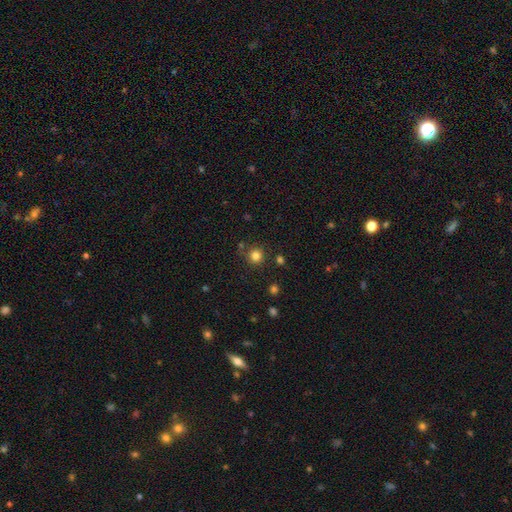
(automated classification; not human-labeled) smooth 81%, star or artifact 14%, featured or disk 5%. Down the decision tree: how rounded — round (93%); merging — none (83%).